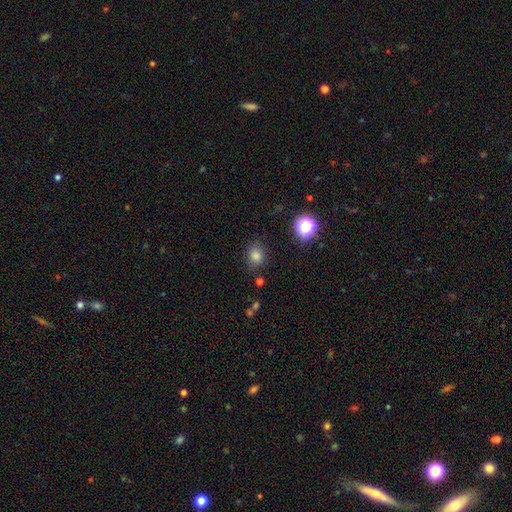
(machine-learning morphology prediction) Q: Smooth or featured?
A: smooth (79%); runner-up: star or artifact (16%)
Q: How rounded?
A: round (55%); runner-up: in between (44%)
Q: Merging?
A: none (80%); runner-up: minor disturbance (14%)